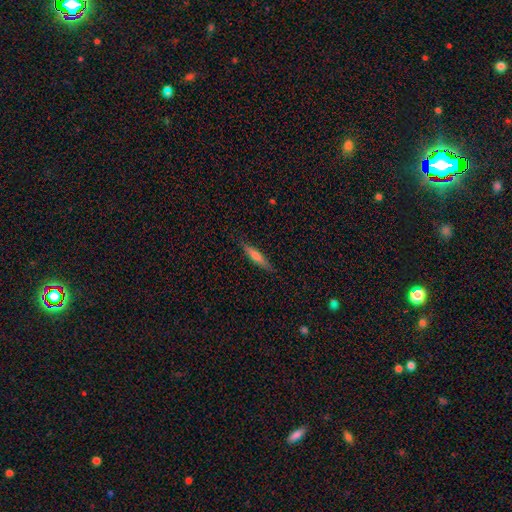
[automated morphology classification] Smooth or featured? Predicted: featured or disk (p=0.48). Merging? Predicted: none (p=0.87).